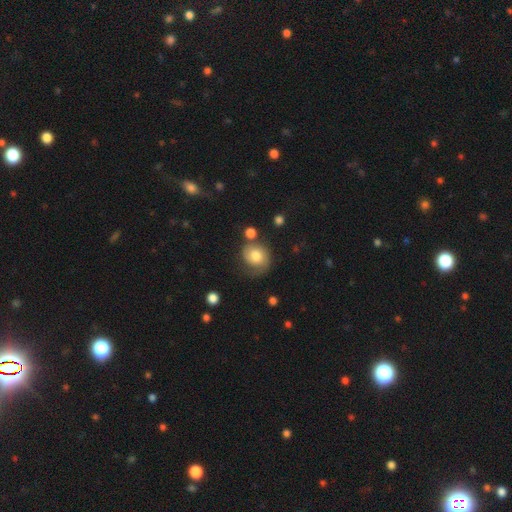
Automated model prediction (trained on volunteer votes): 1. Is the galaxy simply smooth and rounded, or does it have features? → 60% smooth, 31% featured or disk, 9% star or artifact.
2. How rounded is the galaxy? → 71% round, 28% in between, 1% cigar-shaped.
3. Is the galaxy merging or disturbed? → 53% none, 24% minor disturbance, 16% major disturbance, 7% merger.